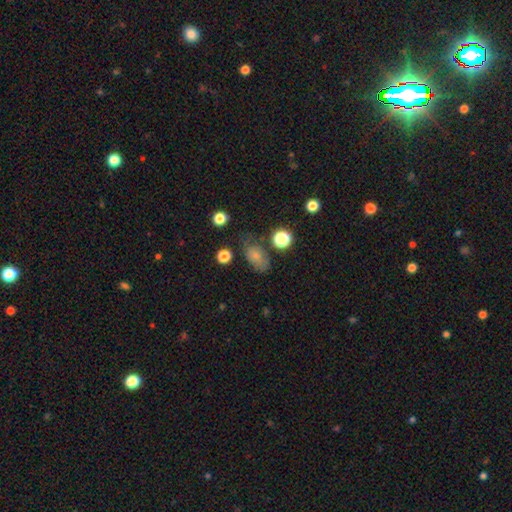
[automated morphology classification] smooth 73%, featured or disk 14%, star or artifact 13%. Down the decision tree: how rounded — in between (84%); merging — none (58%).